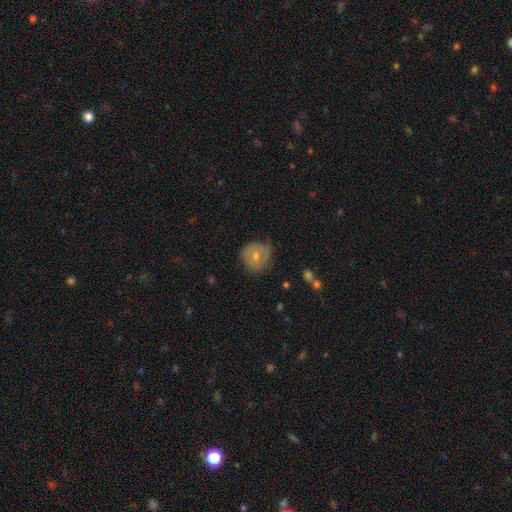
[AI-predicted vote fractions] Smooth or featured? smooth (62%)
How rounded? round (86%)
Merging? none (65%)